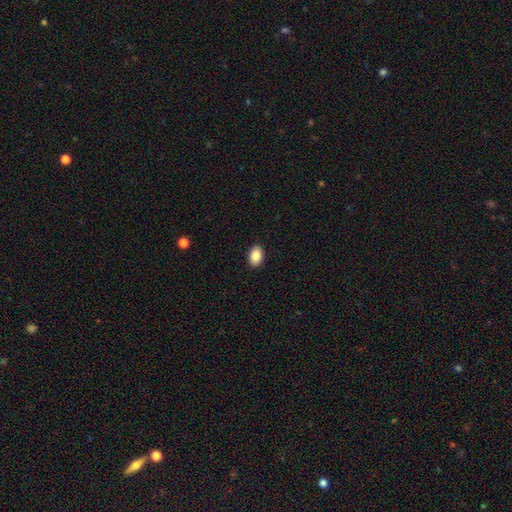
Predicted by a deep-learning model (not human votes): This appears to be a smooth galaxy with no disk features (88%) that is in between round and cigar-shaped (87%). Merging: none (91%).